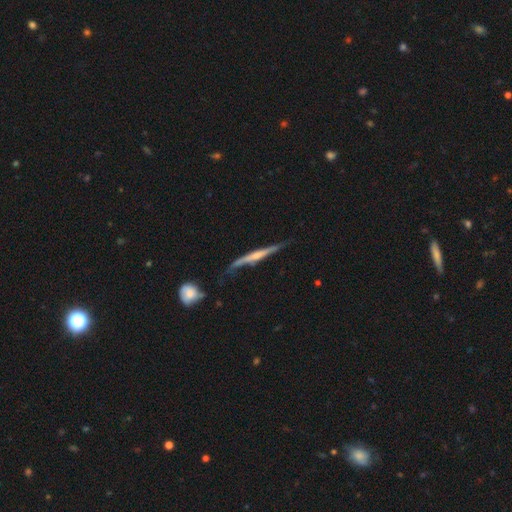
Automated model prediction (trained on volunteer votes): Q: Smooth or featured?
A: featured or disk (69%); runner-up: smooth (25%)
Q: Edge-on disk?
A: yes (93%); runner-up: no (7%)
Q: Edge-on bulge?
A: rounded (48%); runner-up: none (34%)
Q: Merging?
A: none (65%); runner-up: minor disturbance (24%)